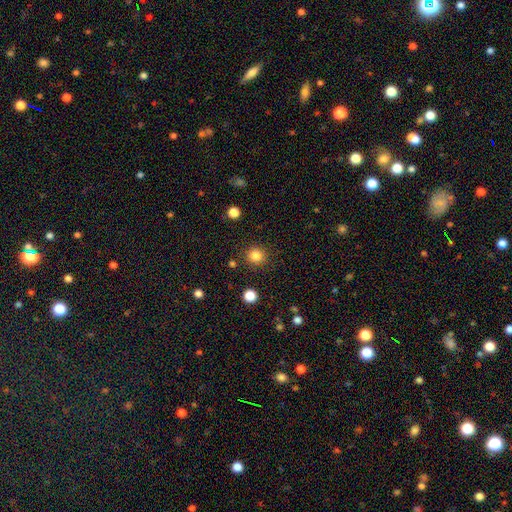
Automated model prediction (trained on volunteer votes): Smooth or featured? smooth (84%)
How rounded? round (92%)
Merging? none (89%)